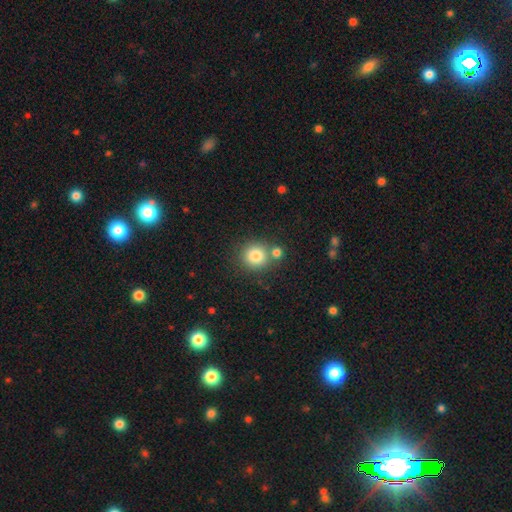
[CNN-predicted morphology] type=smooth (81%); roundness=round (91%); merging=none (69%).